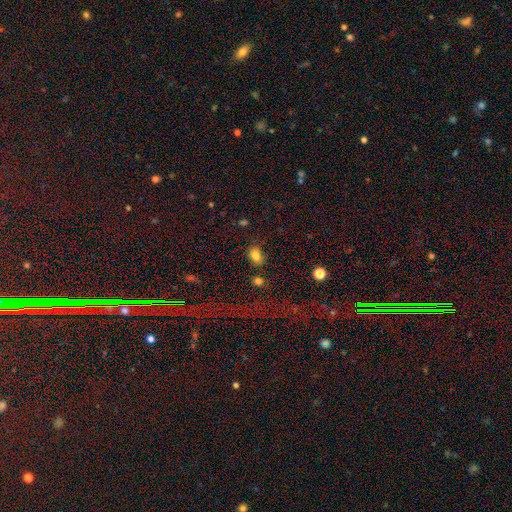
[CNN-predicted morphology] smooth_or_featured: smooth (p=0.80) [alt: star or artifact p=0.12]
how_rounded: in between (p=0.68) [alt: round p=0.31]
merging: none (p=0.75) [alt: minor disturbance p=0.15]